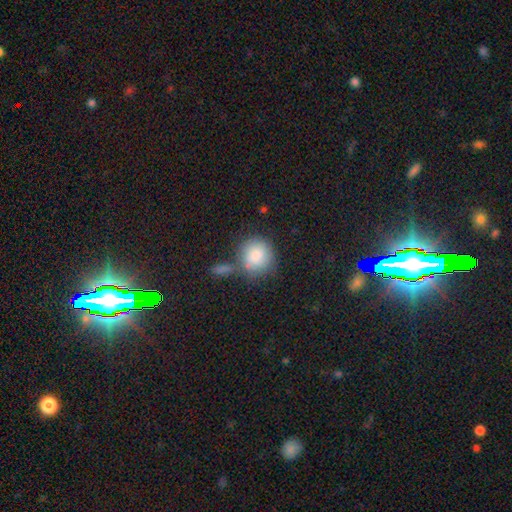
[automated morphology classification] A smooth galaxy with no disk features (85%) that is round (87%).

Vote fractions:
- Smooth or featured? smooth: 85% / featured or disk: 8% / star or artifact: 7%
- How rounded? round: 87% / in between: 12% / cigar-shaped: 1%
- Merging? none: 54% / merger: 22% / minor disturbance: 17% / major disturbance: 7%